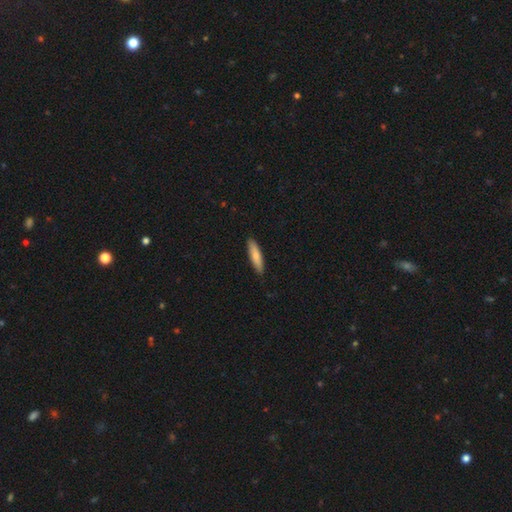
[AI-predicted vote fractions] smooth_or_featured: smooth (p=0.79) [alt: featured or disk p=0.16]
how_rounded: cigar-shaped (p=0.77) [alt: in between p=0.21]
merging: none (p=0.90) [alt: minor disturbance p=0.08]